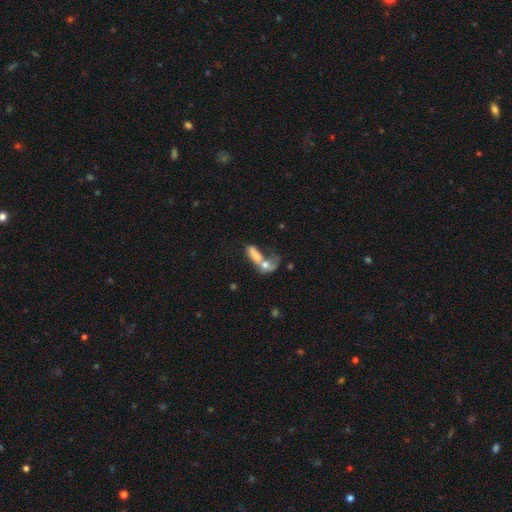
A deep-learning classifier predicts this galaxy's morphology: Q: Smooth or featured?
A: smooth (61%); runner-up: featured or disk (29%)
Q: How rounded?
A: in between (71%); runner-up: cigar-shaped (19%)
Q: Merging?
A: merger (69%); runner-up: major disturbance (12%)